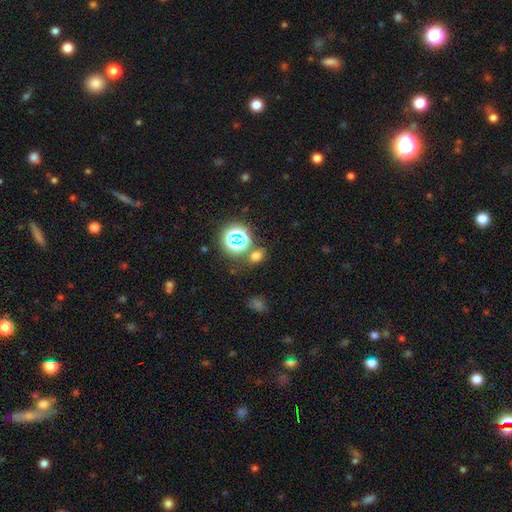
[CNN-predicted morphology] smooth-or-featured: smooth: 63% | star or artifact: 30% | featured or disk: 7%
  how-rounded: in between: 55% | round: 43% | cigar-shaped: 2%
  merging: none: 71% | merger: 14% | minor disturbance: 11% | major disturbance: 4%